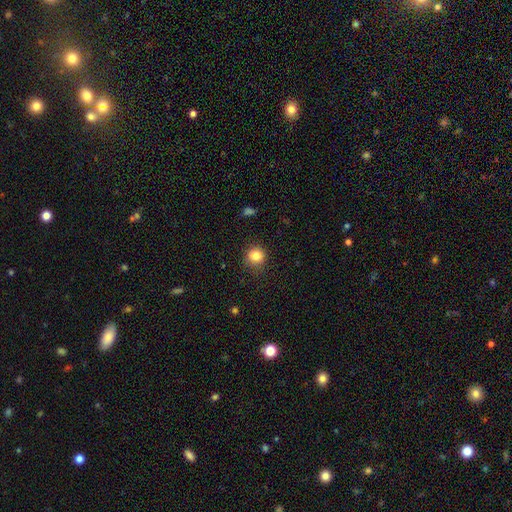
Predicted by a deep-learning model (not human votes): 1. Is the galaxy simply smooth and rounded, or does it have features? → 84% smooth, 11% star or artifact, 5% featured or disk.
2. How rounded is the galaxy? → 88% round, 11% in between, 1% cigar-shaped.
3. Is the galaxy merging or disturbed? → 83% none, 13% minor disturbance, 4% major disturbance, 1% merger.